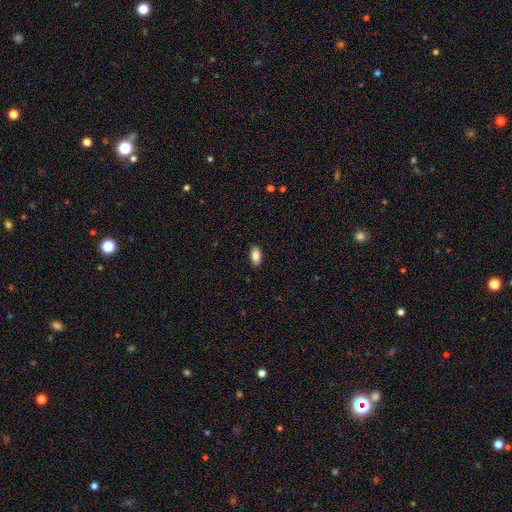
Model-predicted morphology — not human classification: Smooth or featured? smooth (86%)
How rounded? in between (91%)
Merging? none (88%)